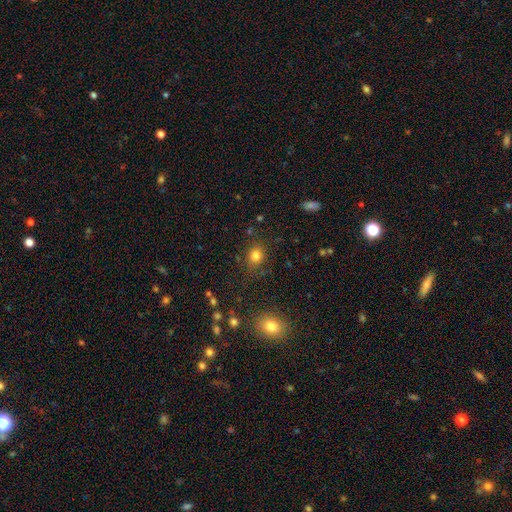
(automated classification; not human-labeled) This is likely a smooth galaxy (79%). How rounded: likely round (69%). Merging: clearly none (81%).